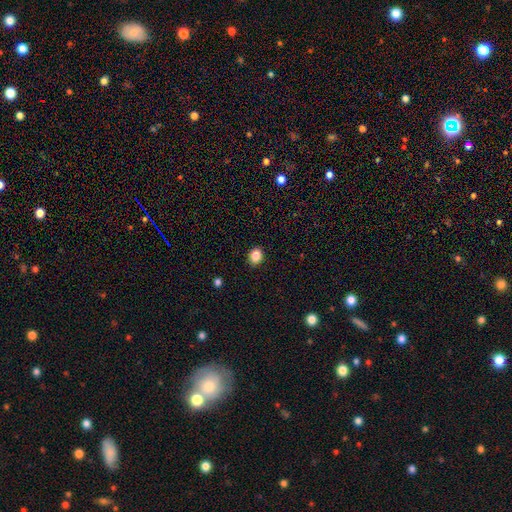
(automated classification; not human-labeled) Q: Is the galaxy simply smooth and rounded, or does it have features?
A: smooth — 87%.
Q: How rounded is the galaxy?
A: in between — 56%.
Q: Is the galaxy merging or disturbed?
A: none — 90%.